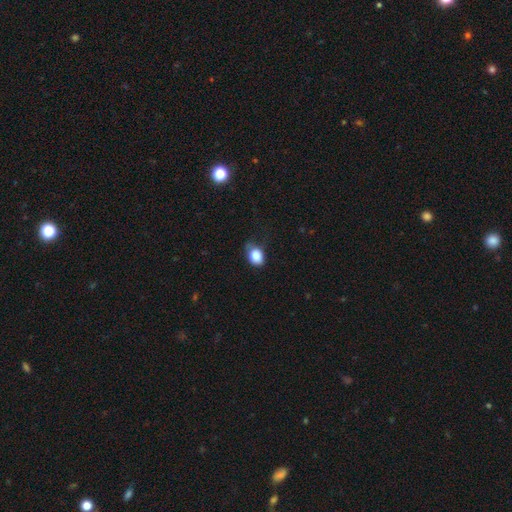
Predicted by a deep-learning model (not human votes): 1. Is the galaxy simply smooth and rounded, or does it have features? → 83% smooth, 9% star or artifact, 8% featured or disk.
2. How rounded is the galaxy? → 61% in between, 38% round, 1% cigar-shaped.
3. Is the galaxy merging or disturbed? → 56% none, 33% minor disturbance, 9% major disturbance, 2% merger.